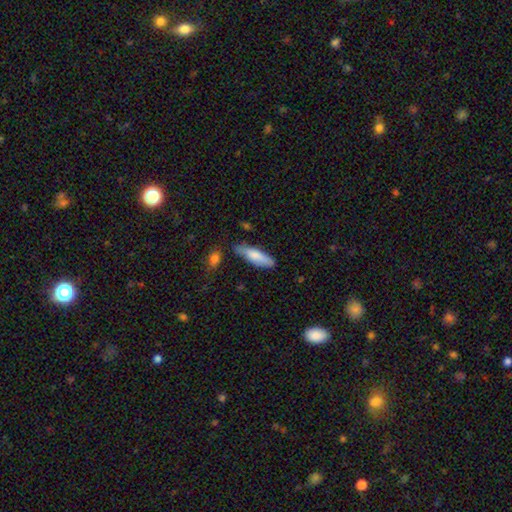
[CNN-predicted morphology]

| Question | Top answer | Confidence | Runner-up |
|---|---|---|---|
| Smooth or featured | smooth | 78% | featured or disk (16%) |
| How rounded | cigar-shaped | 60% | in between (38%) |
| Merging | none | 72% | minor disturbance (20%) |